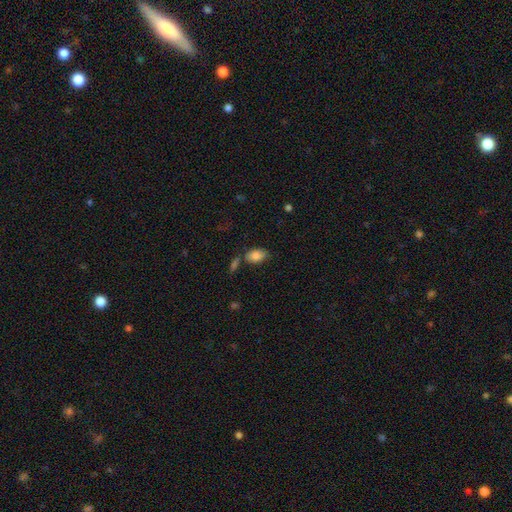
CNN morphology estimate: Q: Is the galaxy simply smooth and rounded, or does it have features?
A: smooth — 84%.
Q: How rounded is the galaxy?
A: in between — 92%.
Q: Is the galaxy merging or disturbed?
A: none — 67%.